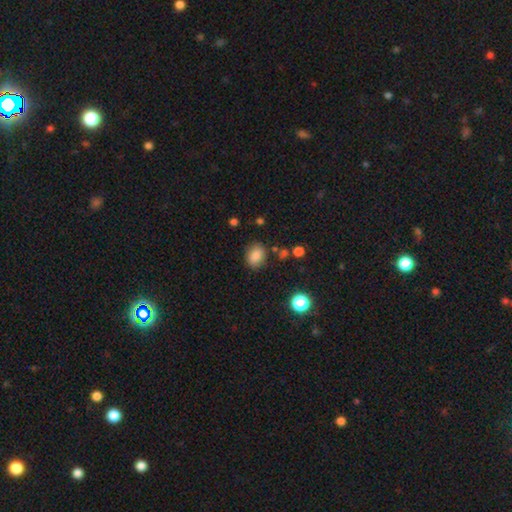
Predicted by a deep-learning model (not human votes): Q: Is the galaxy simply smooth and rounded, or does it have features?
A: smooth — 83%.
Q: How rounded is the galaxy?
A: in between — 62%.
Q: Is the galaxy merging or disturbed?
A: none — 81%.